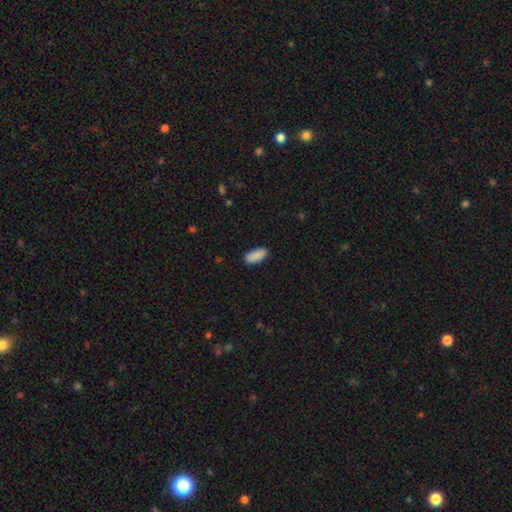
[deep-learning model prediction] The model was most divided on "how rounded": in between: 84%, cigar-shaped: 14%, round: 2%. More confident: smooth or featured — smooth (90%); merging — none (87%).